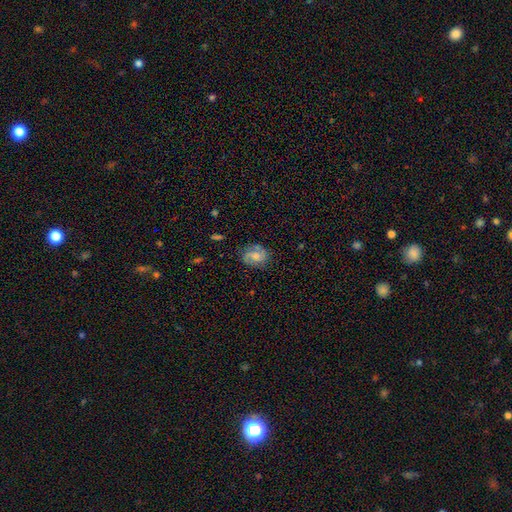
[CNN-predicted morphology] Smooth or featured: featured or disk — 56% (smooth — 35%)
Edge-on disk: no — 97% (yes — 3%)
Bar: no — 56% (weak — 37%)
Spiral arms: yes — 89% (no — 11%)
Bulge size: moderate — 40% (small — 27%)
Merging: none — 71% (minor disturbance — 19%)